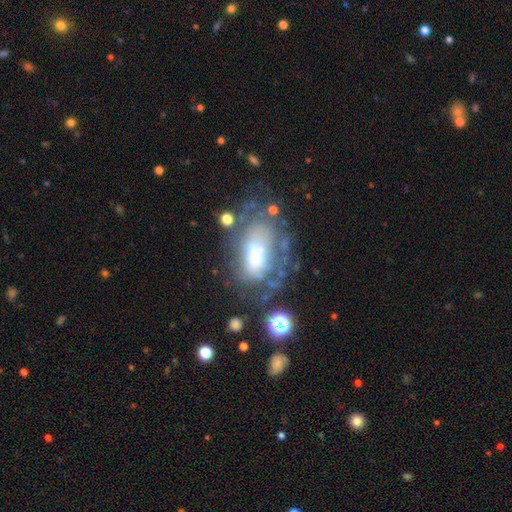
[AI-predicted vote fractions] featured or disk 53%, smooth 35%, star or artifact 13%. Down the decision tree: edge-on disk — no (92%); merging — none (40%).